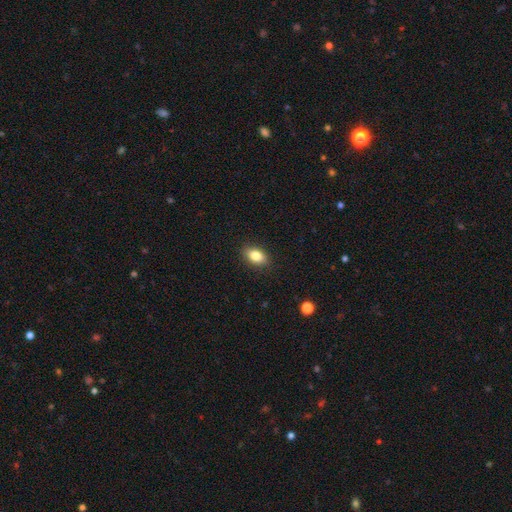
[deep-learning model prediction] Morphology: type=smooth (83%); roundness=in between (86%); merging=none (88%).